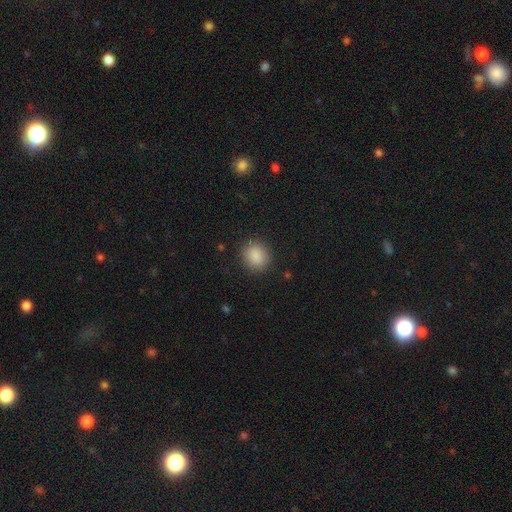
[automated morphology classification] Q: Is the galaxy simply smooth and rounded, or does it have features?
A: smooth — 88%.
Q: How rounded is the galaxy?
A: round — 79%.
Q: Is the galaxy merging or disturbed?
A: none — 88%.